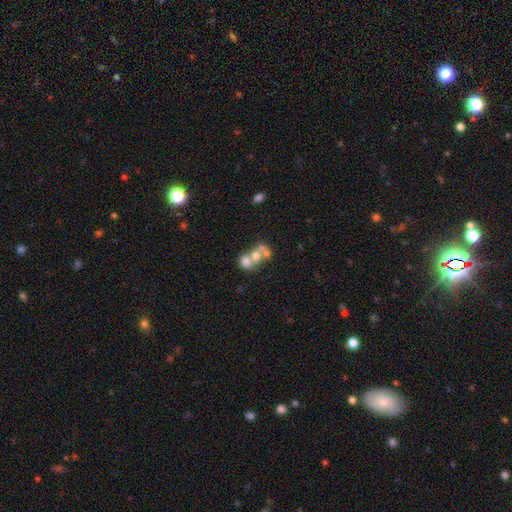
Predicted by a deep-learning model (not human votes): smooth_or_featured: smooth (p=0.58) [alt: featured or disk p=0.30]
how_rounded: round (p=0.65) [alt: in between p=0.34]
merging: merger (p=0.63) [alt: none p=0.25]